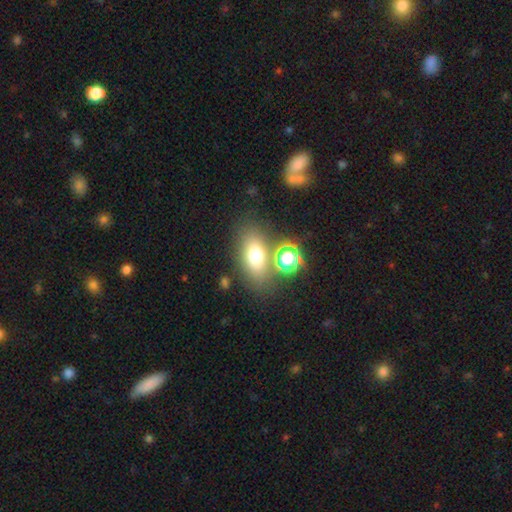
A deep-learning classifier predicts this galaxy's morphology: This is likely a smooth galaxy (71%). How rounded: clearly in between (82%). Merging: likely none (68%).